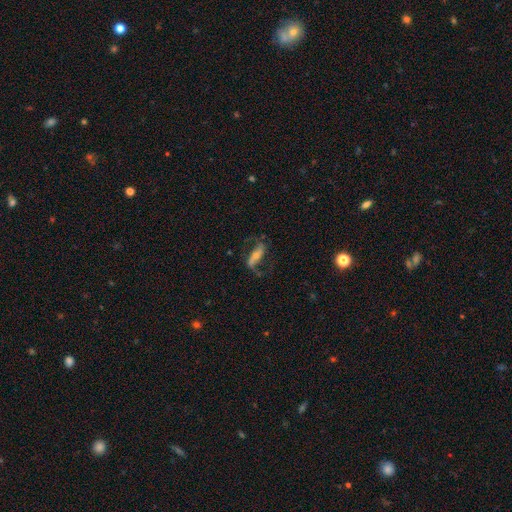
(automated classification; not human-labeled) Q: Smooth or featured?
A: featured or disk (74%); runner-up: smooth (17%)
Q: Edge-on disk?
A: no (85%); runner-up: yes (15%)
Q: Bar?
A: strong (51%); runner-up: no (25%)
Q: Spiral arms?
A: yes (89%); runner-up: no (11%)
Q: Spiral winding?
A: loose (61%); runner-up: medium (29%)
Q: Spiral arm count?
A: 2 (89%); runner-up: 1 (4%)
Q: Bulge size?
A: small (50%); runner-up: moderate (39%)
Q: Merging?
A: none (66%); runner-up: minor disturbance (16%)